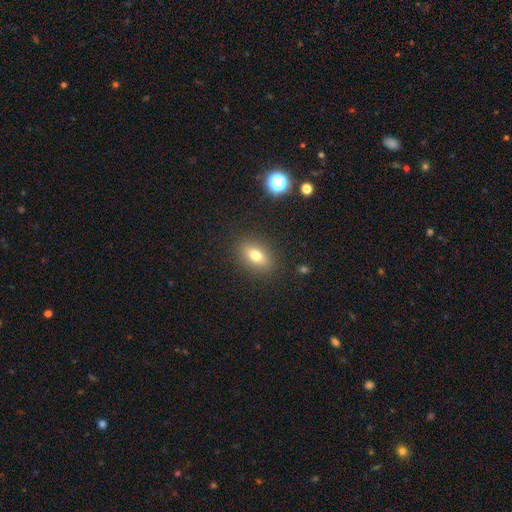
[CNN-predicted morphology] A smooth galaxy with no disk features (72%) that is in between round and cigar-shaped (78%).

Vote fractions:
- Smooth or featured? smooth: 72% / featured or disk: 17% / star or artifact: 11%
- How rounded? in between: 78% / round: 14% / cigar-shaped: 7%
- Merging? none: 87% / minor disturbance: 8% / major disturbance: 3% / merger: 1%